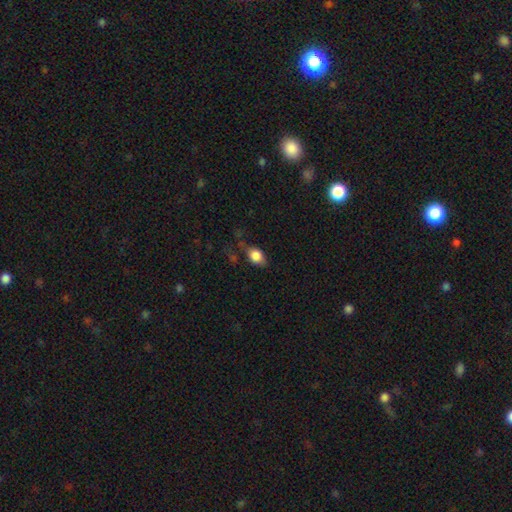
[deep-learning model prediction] smooth-or-featured: smooth: 83% | featured or disk: 9% | star or artifact: 9%
  how-rounded: in between: 71% | round: 27% | cigar-shaped: 3%
  merging: none: 52% | minor disturbance: 29% | major disturbance: 15% | merger: 4%